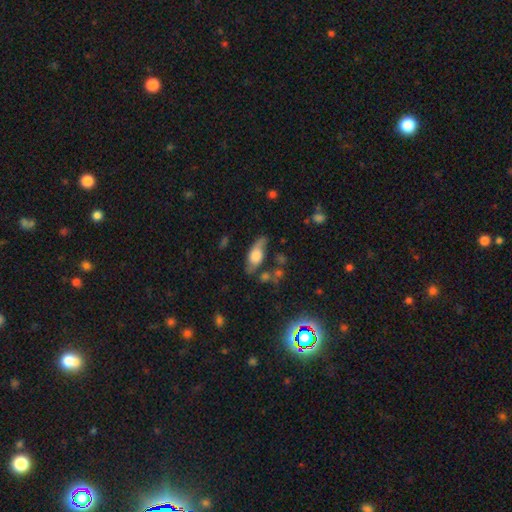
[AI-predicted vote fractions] A smooth galaxy with no disk features (52%) that is in between round and cigar-shaped (78%). Merging: none (60%).